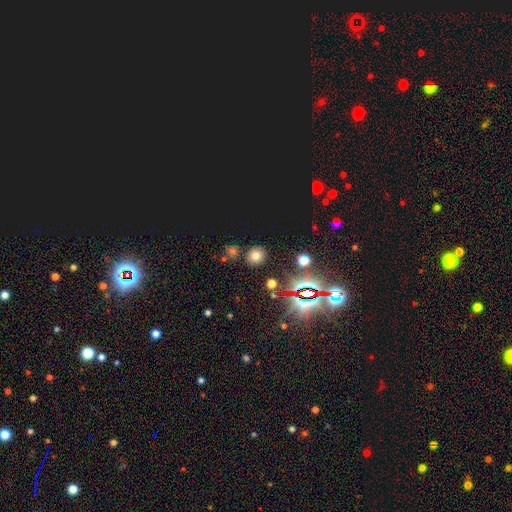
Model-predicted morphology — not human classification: smooth-or-featured: smooth: 64% | star or artifact: 28% | featured or disk: 8%
  how-rounded: round: 82% | in between: 17% | cigar-shaped: 1%
  merging: none: 86% | minor disturbance: 7% | merger: 4% | major disturbance: 3%